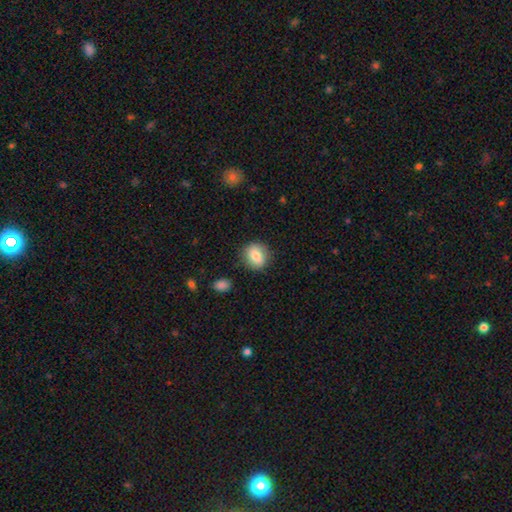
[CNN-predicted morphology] A smooth galaxy with no disk features (81%) that is round (69%).

Vote fractions:
- Smooth or featured? smooth: 81% / featured or disk: 11% / star or artifact: 8%
- How rounded? round: 69% / in between: 30% / cigar-shaped: 1%
- Merging? none: 84% / minor disturbance: 12% / major disturbance: 3% / merger: 2%